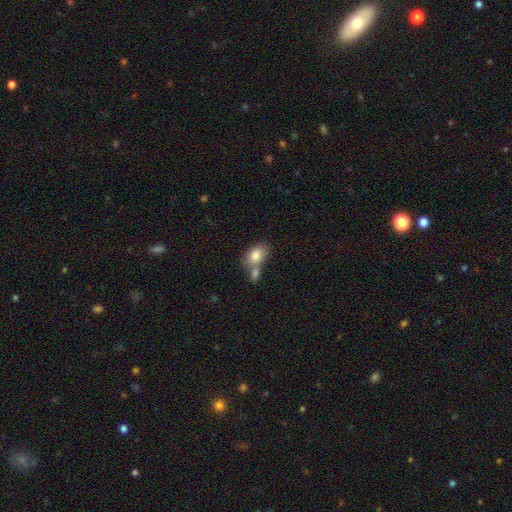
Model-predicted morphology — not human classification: The model was most divided on "merging": merger: 44%, none: 40%, minor disturbance: 12%, major disturbance: 4%. More confident: how rounded — in between (84%); smooth or featured — smooth (82%).